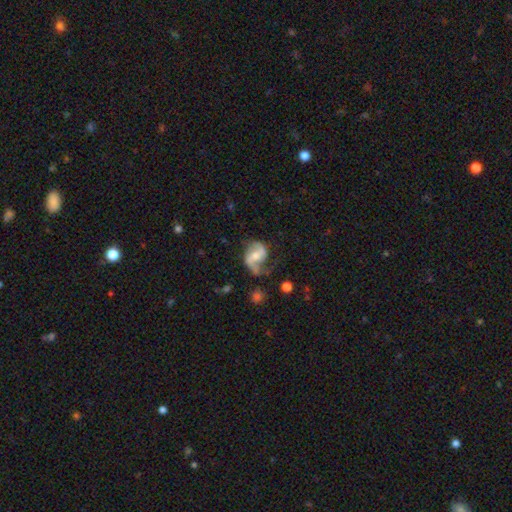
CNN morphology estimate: smooth-or-featured: featured or disk: 77% | smooth: 16% | star or artifact: 6%
  disk-edge-on: no: 97% | yes: 3%
    bar: weak: 42% | no: 32% | strong: 26%
    has-spiral-arms: yes: 91% | no: 9%
      spiral-winding: loose: 48% | medium: 40% | tight: 12%
      spiral-arm-count: 2: 84% | 1: 8% | can't tell: 5% | 3: 1% | 4: 1% | more than 4: 1%
    bulge-size: moderate: 55% | small: 32% | large: 6% | none: 5% | dominant: 1%
  merging: none: 53% | minor disturbance: 24% | major disturbance: 19% | merger: 4%